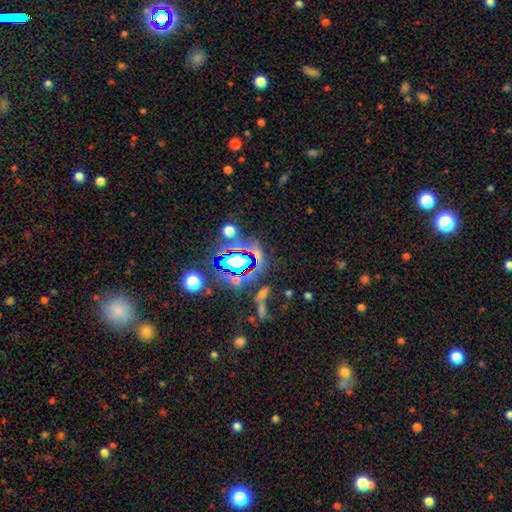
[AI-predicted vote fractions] The model was most divided on "smooth or featured": star or artifact: 59%, smooth: 26%, featured or disk: 14%.